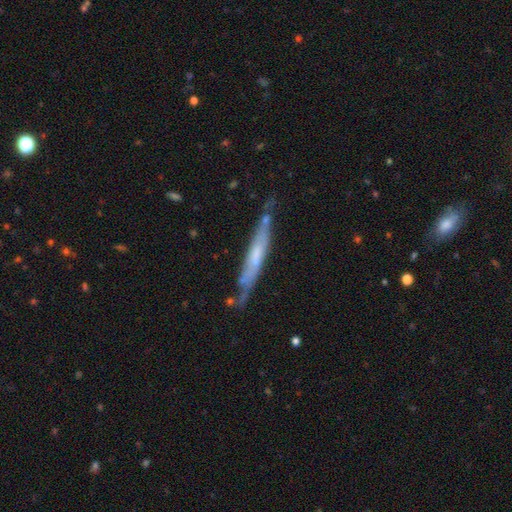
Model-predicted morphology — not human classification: Smooth or featured?
  - featured or disk: 58% *
  - smooth: 36%
  - star or artifact: 6%
Edge-on disk?
  - yes: 78% *
  - no: 22%
Merging?
  - none: 63% *
  - minor disturbance: 26%
  - major disturbance: 7%
  - merger: 4%